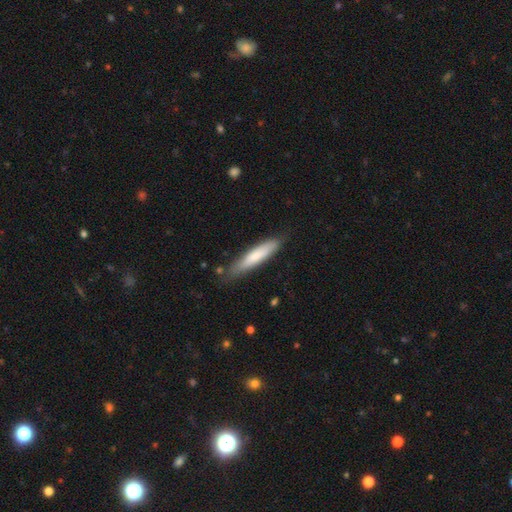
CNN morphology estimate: smooth-or-featured: smooth: 72% | featured or disk: 23% | star or artifact: 6%
  how-rounded: cigar-shaped: 87% | in between: 11% | round: 1%
  merging: none: 81% | minor disturbance: 15% | major disturbance: 3% | merger: 2%